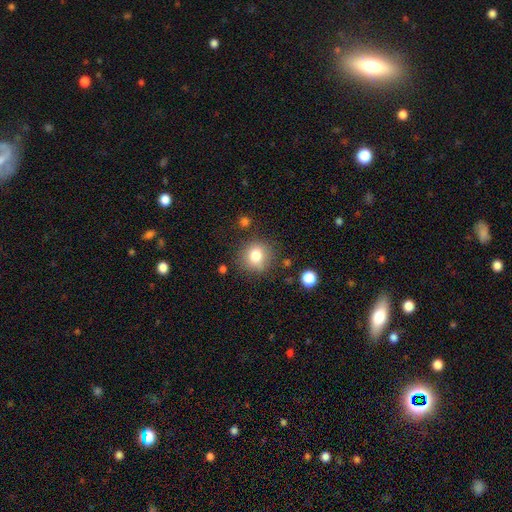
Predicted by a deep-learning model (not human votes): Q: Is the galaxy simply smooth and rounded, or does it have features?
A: smooth — 79%.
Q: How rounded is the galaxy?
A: round — 86%.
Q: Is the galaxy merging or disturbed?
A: none — 80%.